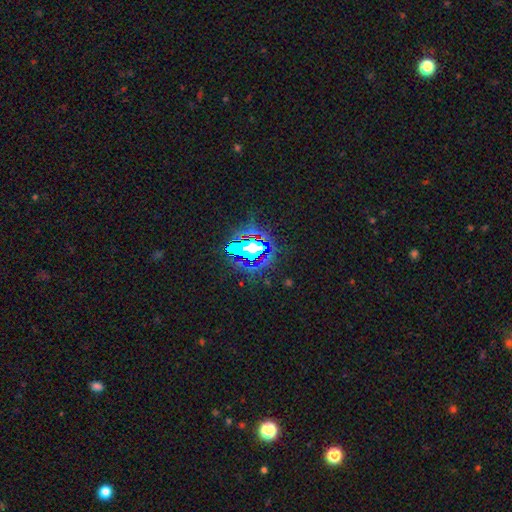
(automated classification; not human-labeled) Q: Smooth or featured?
A: star or artifact (78%); runner-up: smooth (13%)